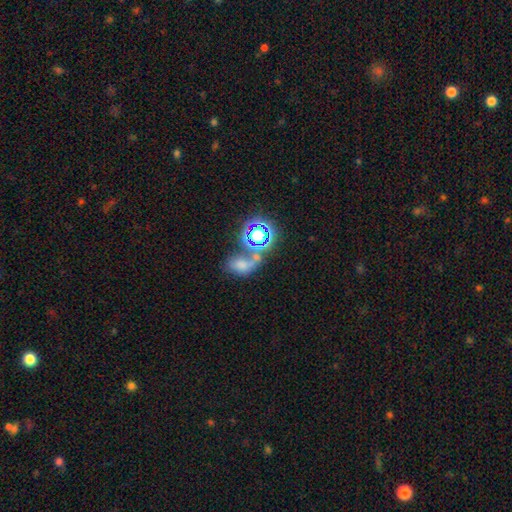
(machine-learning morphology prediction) Smooth or featured? Predicted: star or artifact (p=0.43).